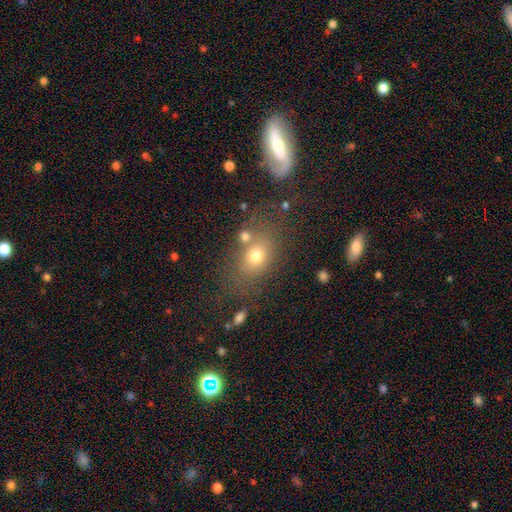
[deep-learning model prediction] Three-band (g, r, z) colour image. It shows a smooth galaxy with no disk features (70%) that is in between round and cigar-shaped (62%). Merging: none (64%).